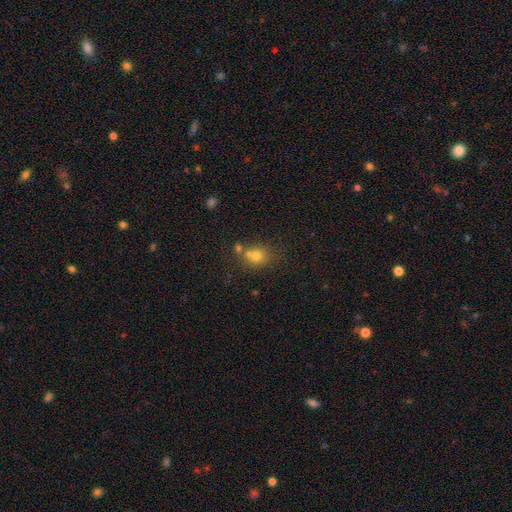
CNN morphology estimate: Smooth or featured?
  - smooth: 70% *
  - star or artifact: 17%
  - featured or disk: 13%
How rounded?
  - round: 70% *
  - in between: 29%
  - cigar-shaped: 1%
Merging?
  - none: 50% *
  - merger: 35%
  - minor disturbance: 11%
  - major disturbance: 4%